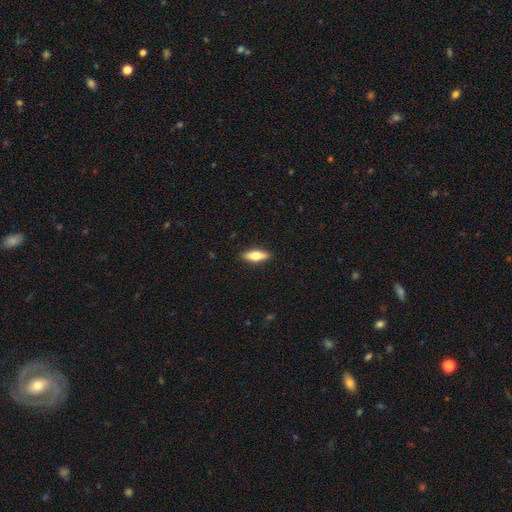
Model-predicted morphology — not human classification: Smooth or featured? smooth (63%)
How rounded? in between (60%)
Merging? none (89%)